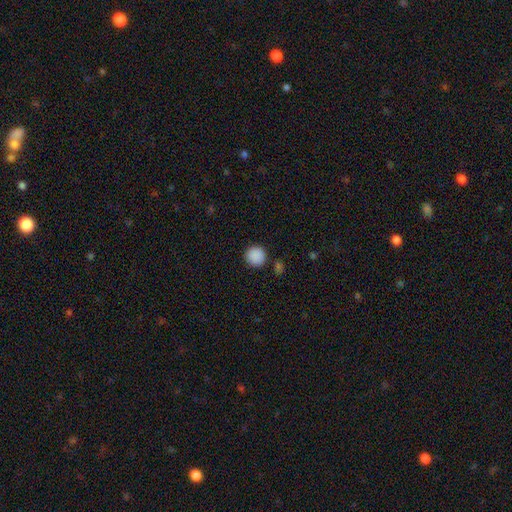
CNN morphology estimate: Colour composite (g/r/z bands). It shows a smooth galaxy with no disk features (89%) that is round (94%). Merging: none (87%).